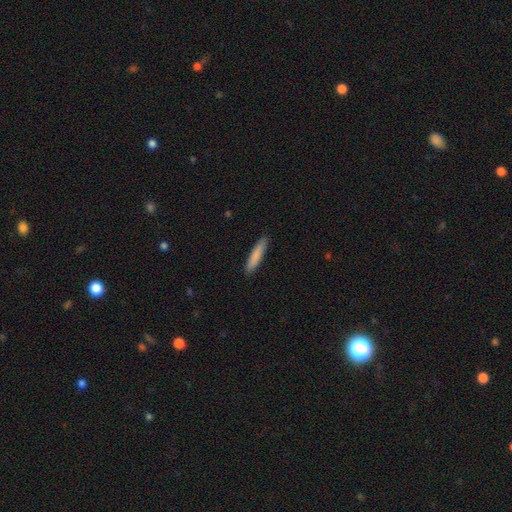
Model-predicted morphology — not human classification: smooth 85%, featured or disk 9%, star or artifact 6%. Down the decision tree: how rounded — cigar-shaped (87%); merging — none (90%).